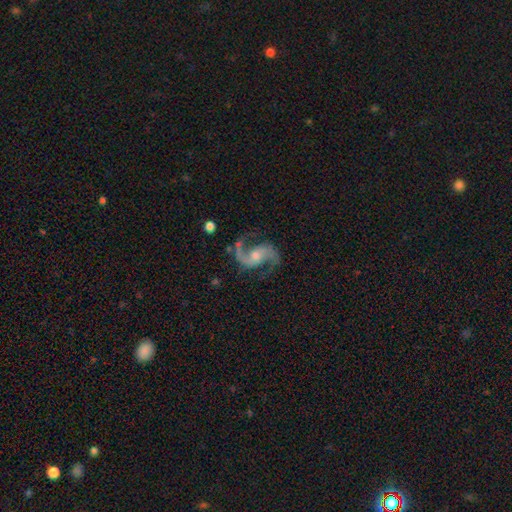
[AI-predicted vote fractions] Overall: featured or disk (92%). Edge-on disk: no (98%). Bar: no (49%; weak 38%). Spiral arms: yes (98%). Spiral arm count: 2 (94%). Spiral winding: medium (48%; loose 44%). Bulge size: moderate (49%; small 40%). Merging: none (76%).